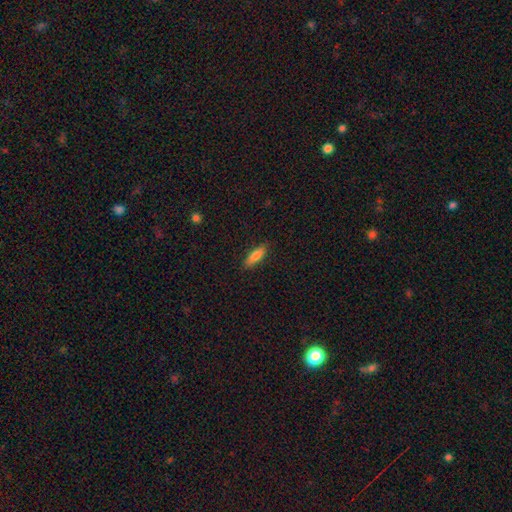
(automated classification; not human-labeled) A smooth galaxy with no disk features (79%) that is cigar-shaped (50%).

Vote fractions:
- Smooth or featured? smooth: 79% / featured or disk: 14% / star or artifact: 7%
- How rounded? cigar-shaped: 50% / in between: 48% / round: 2%
- Merging? none: 87% / minor disturbance: 10% / major disturbance: 2% / merger: 1%